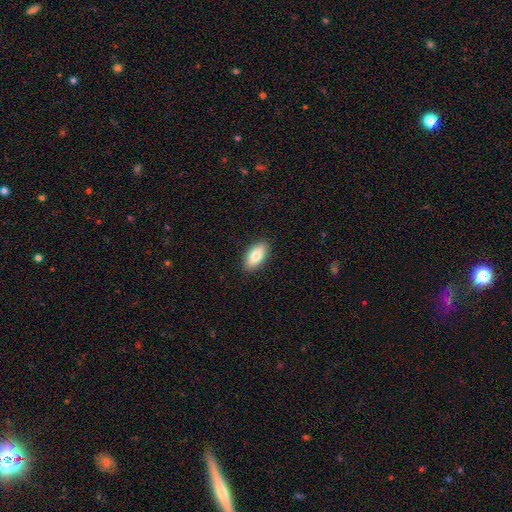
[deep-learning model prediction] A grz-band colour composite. It shows a smooth galaxy with no disk features (82%) that is in between round and cigar-shaped (91%). Merging: none (89%).